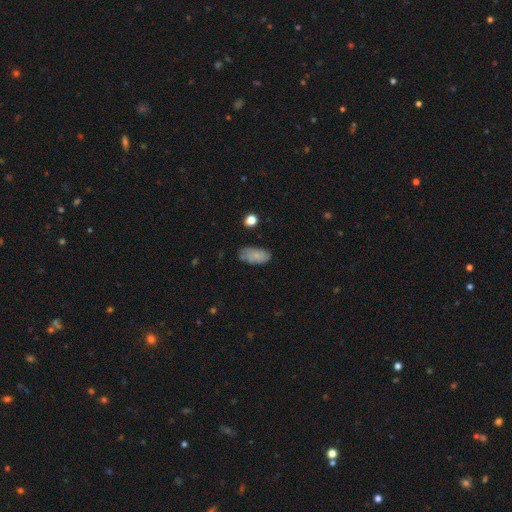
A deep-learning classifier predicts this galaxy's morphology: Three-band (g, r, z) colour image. It shows a smooth galaxy with no disk features (74%) that is in between round and cigar-shaped (92%). Merging: none (67%).